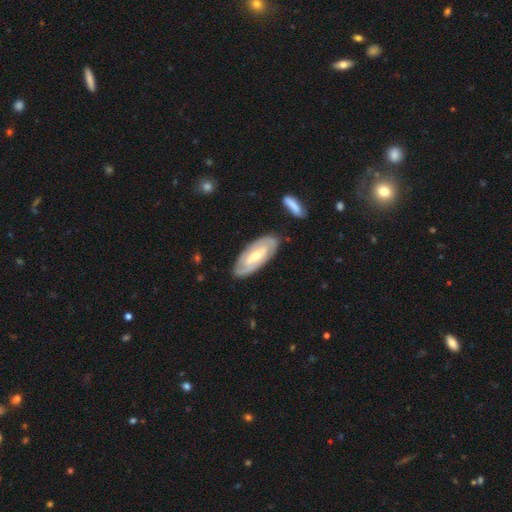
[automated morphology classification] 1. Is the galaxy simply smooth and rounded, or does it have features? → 72% featured or disk, 24% smooth, 5% star or artifact.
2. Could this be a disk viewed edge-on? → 90% no, 10% yes.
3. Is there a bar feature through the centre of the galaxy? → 42% weak, 32% no, 26% strong.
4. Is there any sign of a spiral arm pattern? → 83% yes, 17% no.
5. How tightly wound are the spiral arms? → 60% tight, 30% medium, 10% loose.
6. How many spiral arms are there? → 53% 2, 32% can't tell, 7% 3, 3% 1, 3% 4, 2% more than 4.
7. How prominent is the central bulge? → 51% moderate, 45% small, 2% large, 1% none, 1% dominant.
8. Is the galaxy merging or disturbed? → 81% none, 13% minor disturbance, 3% major disturbance, 3% merger.